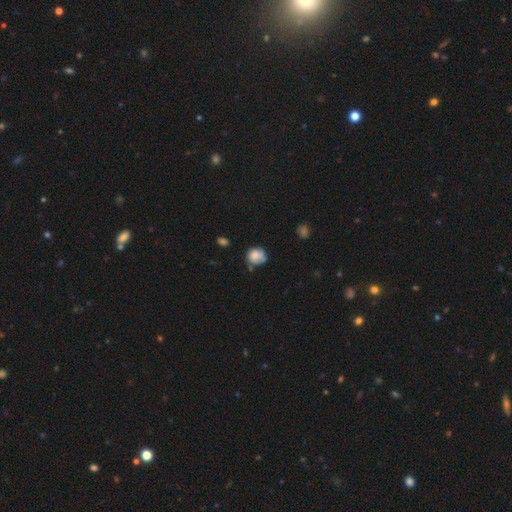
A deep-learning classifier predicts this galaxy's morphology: smooth 65%, featured or disk 26%, star or artifact 9%. Down the decision tree: how rounded — round (77%); merging — none (54%).